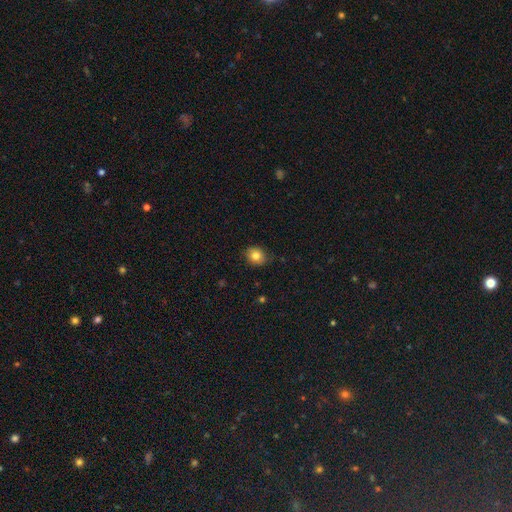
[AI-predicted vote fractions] A smooth galaxy with no disk features (81%) that is round (61%).

Vote fractions:
- Smooth or featured? smooth: 81% / star or artifact: 10% / featured or disk: 9%
- How rounded? round: 61% / in between: 38% / cigar-shaped: 1%
- Merging? none: 82% / minor disturbance: 14% / major disturbance: 2% / merger: 1%